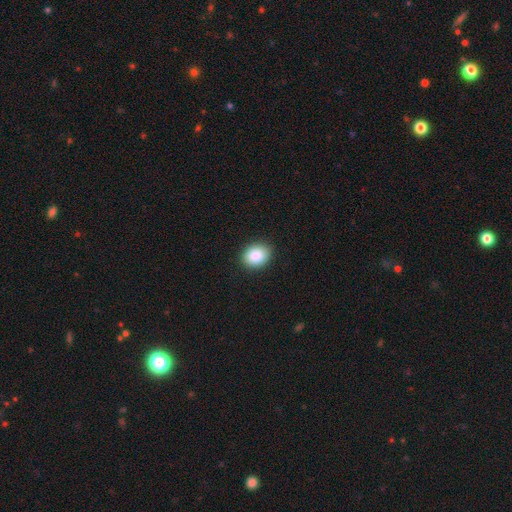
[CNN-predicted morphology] A smooth galaxy with no disk features (87%) that is round (51%). Merging: none (89%).